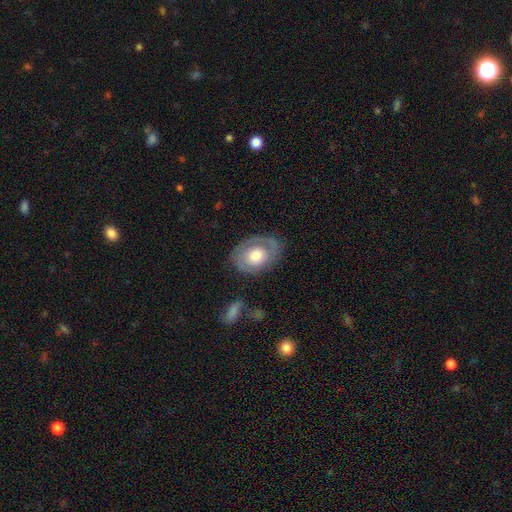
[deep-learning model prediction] featured or disk 56%, smooth 38%, star or artifact 6%. Down the decision tree: edge-on disk — no (95%); bar — no (86%); spiral arms — yes (55%); bulge size — moderate (56%); merging — none (72%).